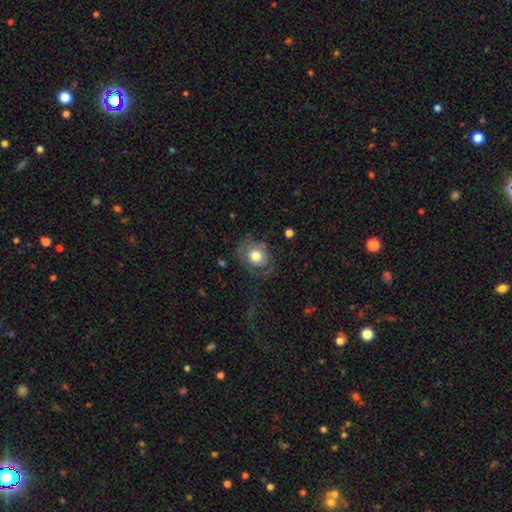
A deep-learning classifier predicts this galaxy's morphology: A smooth galaxy with no disk features (56%) that is round (55%).

Vote fractions:
- Smooth or featured? smooth: 56% / featured or disk: 36% / star or artifact: 8%
- How rounded? round: 55% / in between: 44% / cigar-shaped: 1%
- Merging? none: 52% / major disturbance: 24% / minor disturbance: 23% / merger: 2%